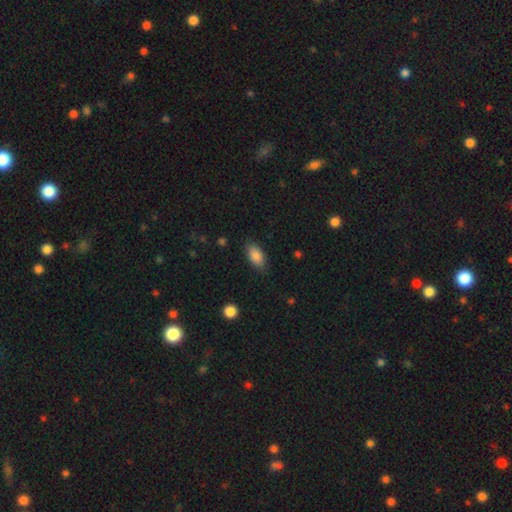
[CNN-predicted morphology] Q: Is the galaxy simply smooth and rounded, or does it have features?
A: smooth — 87%.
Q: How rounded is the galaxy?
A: in between — 92%.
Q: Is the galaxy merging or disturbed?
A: none — 82%.